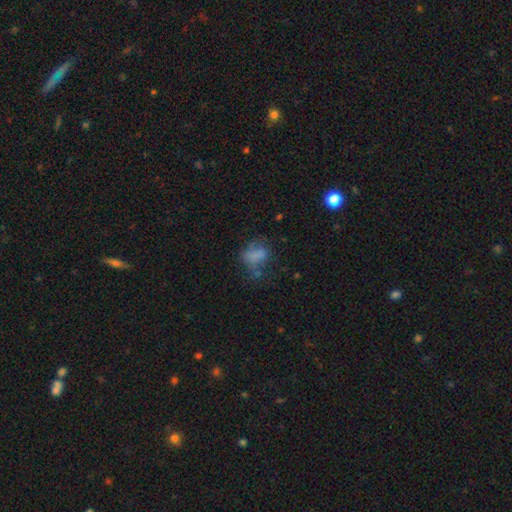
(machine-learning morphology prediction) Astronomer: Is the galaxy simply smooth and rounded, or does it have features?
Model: smooth — 63%.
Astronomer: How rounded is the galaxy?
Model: in between — 70%.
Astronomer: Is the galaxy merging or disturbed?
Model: none — 37% (runner-up: major disturbance, 30%).